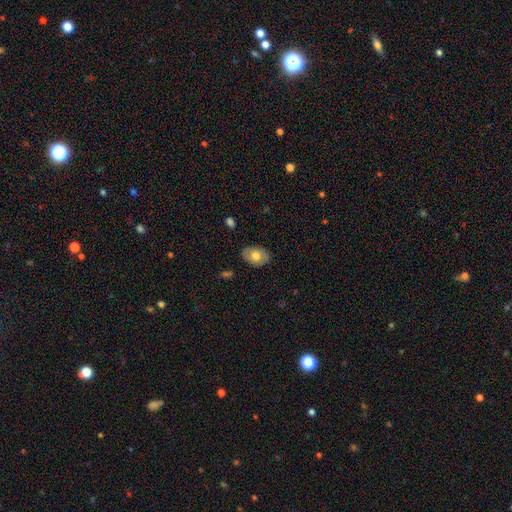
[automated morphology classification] Smooth or featured? Predicted: smooth (p=0.73). How rounded? Predicted: in between (p=0.83). Merging? Predicted: none (p=0.86).